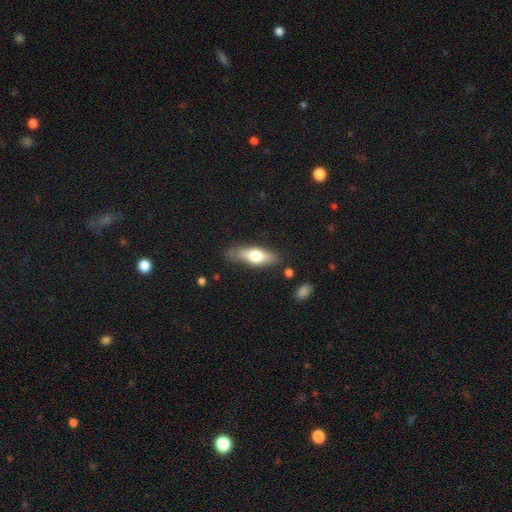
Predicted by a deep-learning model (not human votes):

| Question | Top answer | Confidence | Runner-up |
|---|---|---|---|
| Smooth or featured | smooth | 60% | featured or disk (34%) |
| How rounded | in between | 58% | cigar-shaped (39%) |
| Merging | none | 78% | minor disturbance (15%) |